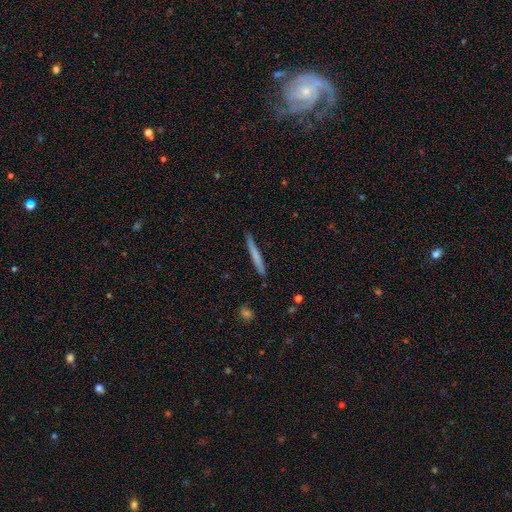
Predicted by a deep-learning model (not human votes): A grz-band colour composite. It shows a smooth galaxy with no disk features (63%) that is cigar-shaped (97%). Merging: none (87%).